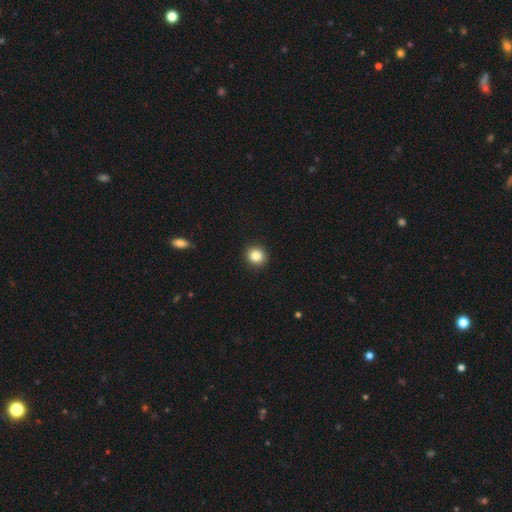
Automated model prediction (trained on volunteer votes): A smooth galaxy with no disk features (85%) that is round (85%). Merging: none (92%).